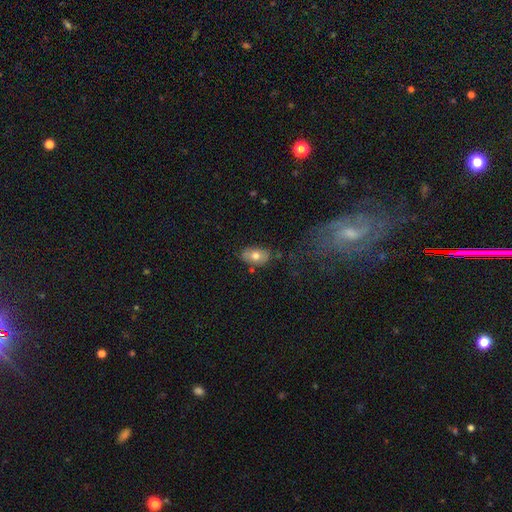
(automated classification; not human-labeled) Smooth or featured: smooth — 71% (featured or disk — 21%)
How rounded: in between — 86% (round — 12%)
Merging: none — 72% (minor disturbance — 20%)